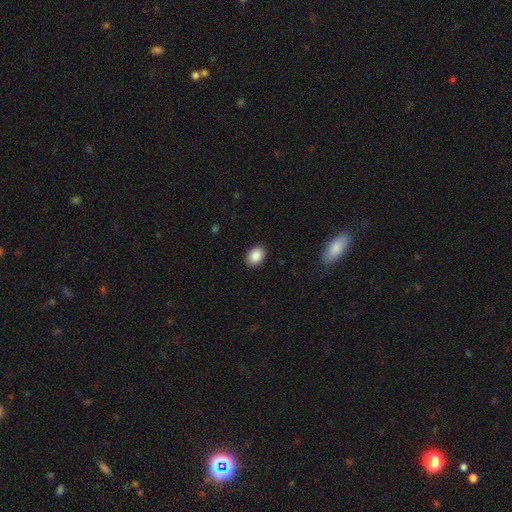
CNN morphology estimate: smooth 88%, star or artifact 8%, featured or disk 4%. Down the decision tree: how rounded — in between (68%); merging — none (90%).